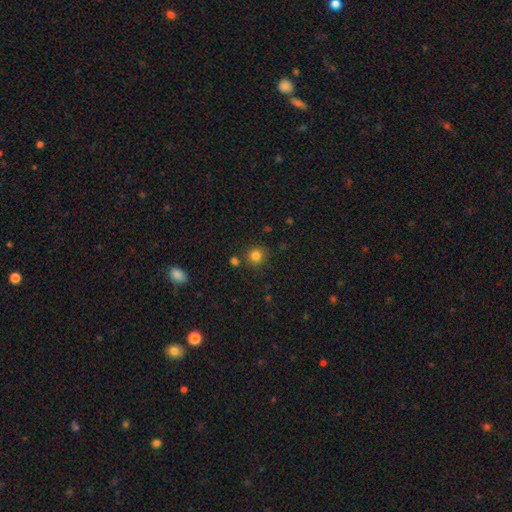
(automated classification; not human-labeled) smooth 82%, star or artifact 13%, featured or disk 5%. Down the decision tree: how rounded — round (91%); merging — none (82%).